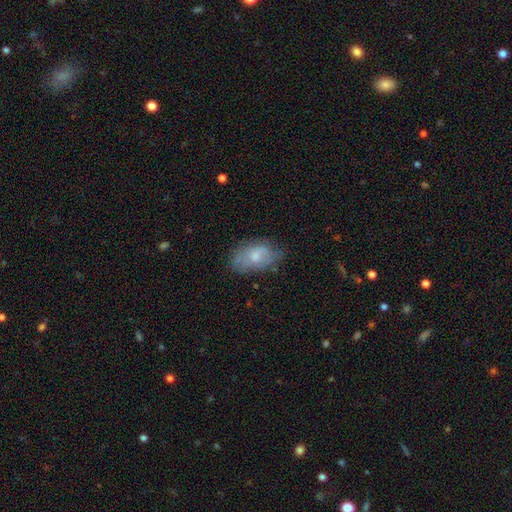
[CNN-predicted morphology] The model was most divided on "smooth or featured": smooth: 62%, featured or disk: 30%, star or artifact: 7%. More confident: how rounded — in between (91%); merging — none (61%).